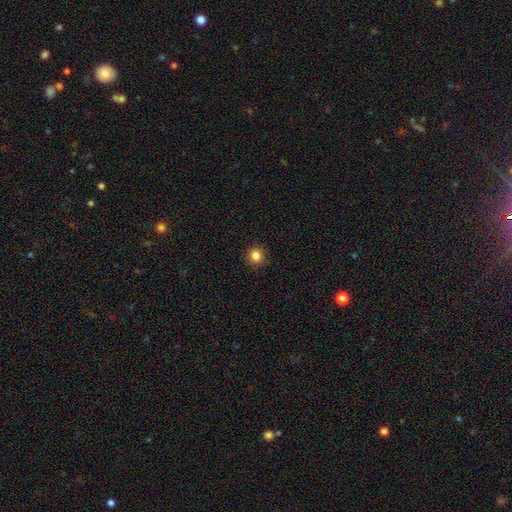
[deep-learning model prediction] Morphology: type=smooth (84%); roundness=round (93%); merging=none (92%).